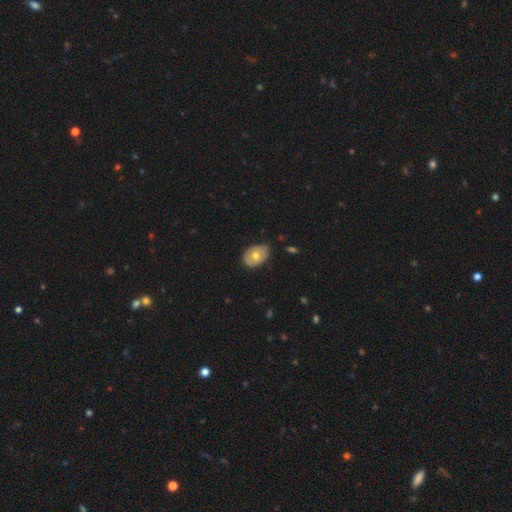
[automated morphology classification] type=smooth (59%); roundness=in between (78%); merging=none (72%).